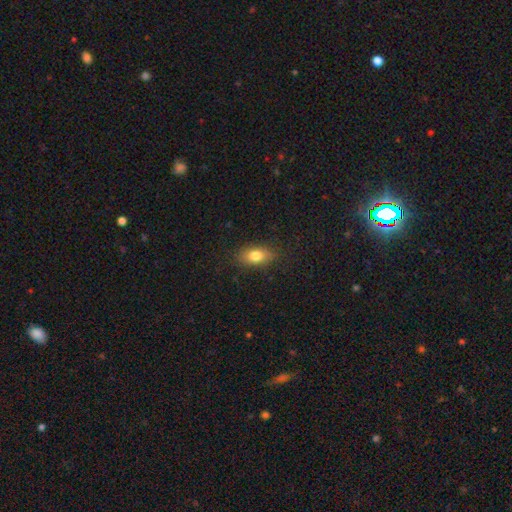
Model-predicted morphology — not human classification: This is likely a smooth galaxy (79%). How rounded: clearly in between (84%). Merging: clearly none (85%).